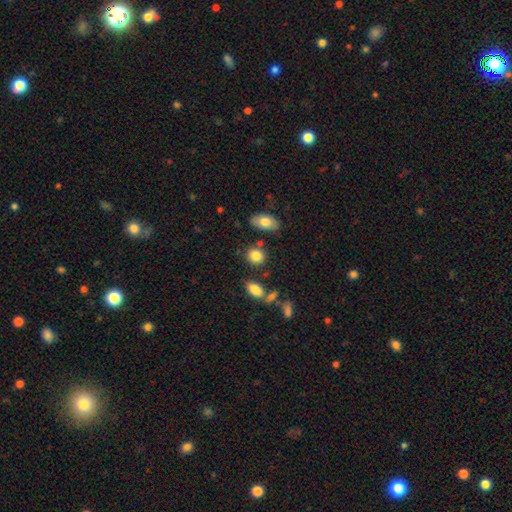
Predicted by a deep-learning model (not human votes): A smooth galaxy with no disk features (84%) that is round (67%). Merging: none (79%).